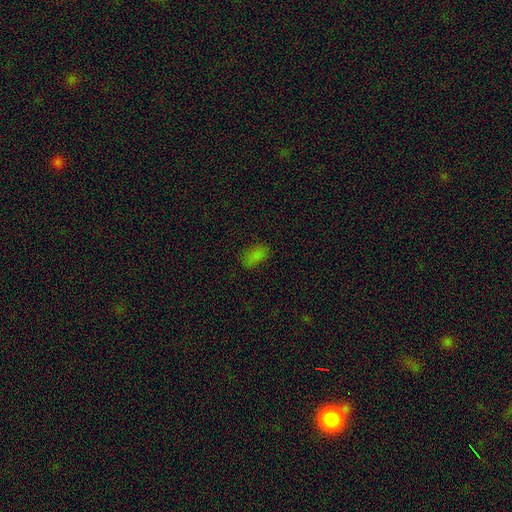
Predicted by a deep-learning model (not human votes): This appears to be a smooth galaxy with no disk features (78%) that is in between round and cigar-shaped (92%). Merging: none (79%).